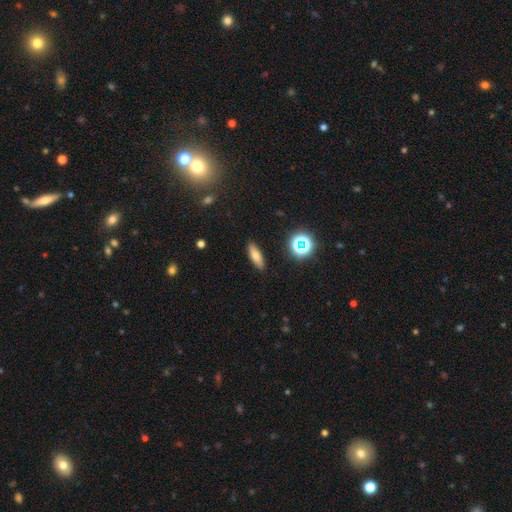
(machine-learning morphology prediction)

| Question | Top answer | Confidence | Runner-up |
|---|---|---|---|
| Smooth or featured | smooth | 70% | featured or disk (18%) |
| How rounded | in between | 49% | cigar-shaped (46%) |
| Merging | none | 88% | minor disturbance (8%) |